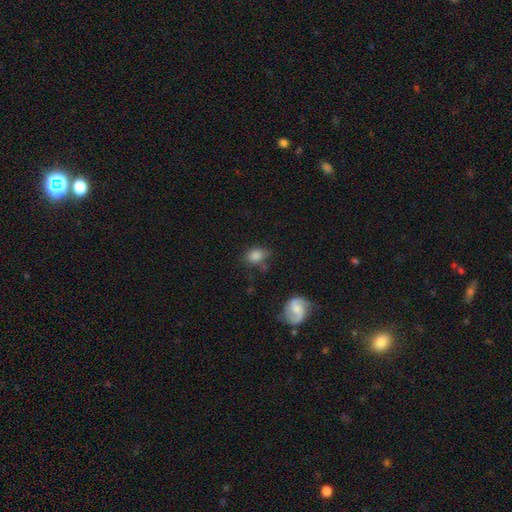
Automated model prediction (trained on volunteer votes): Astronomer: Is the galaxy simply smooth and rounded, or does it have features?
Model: smooth — 79%.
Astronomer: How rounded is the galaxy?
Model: in between — 62%.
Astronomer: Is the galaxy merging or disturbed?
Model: none — 59%.